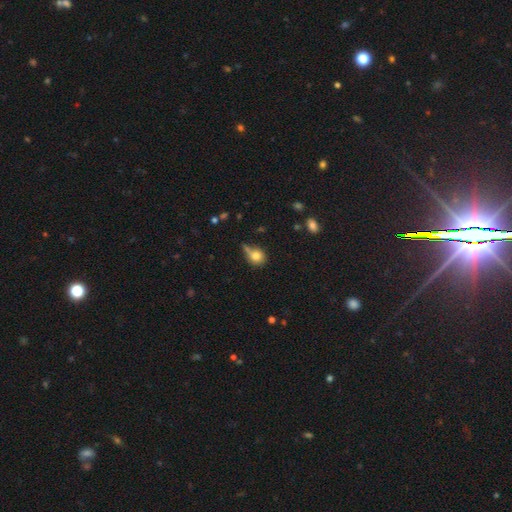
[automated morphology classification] Smooth or featured?
  - smooth: 76% *
  - featured or disk: 13%
  - star or artifact: 11%
How rounded?
  - round: 65% *
  - in between: 32%
  - cigar-shaped: 2%
Merging?
  - none: 46% *
  - minor disturbance: 28%
  - major disturbance: 15%
  - merger: 12%